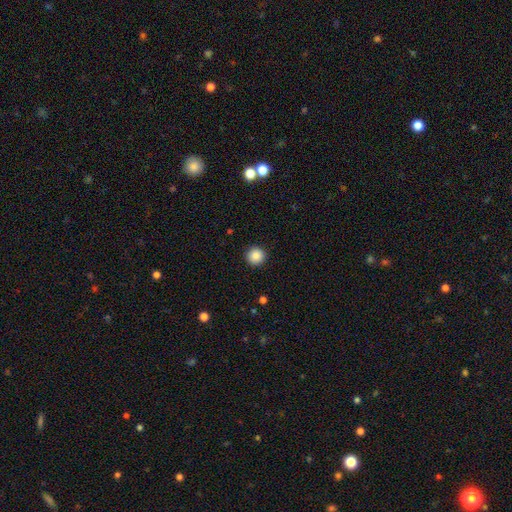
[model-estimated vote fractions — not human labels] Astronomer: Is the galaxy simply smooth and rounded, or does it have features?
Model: smooth — 87%.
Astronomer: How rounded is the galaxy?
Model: round — 96%.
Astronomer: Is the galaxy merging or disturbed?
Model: none — 93%.